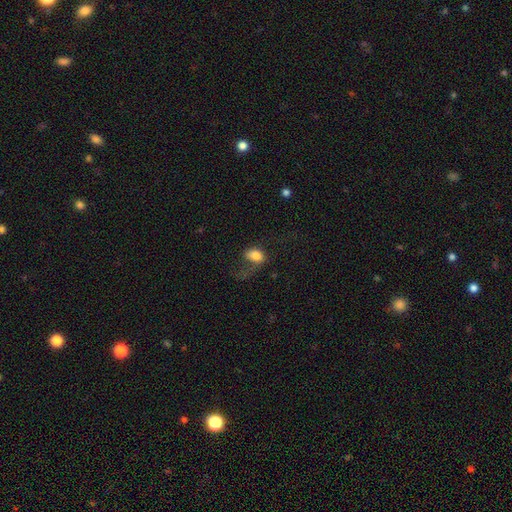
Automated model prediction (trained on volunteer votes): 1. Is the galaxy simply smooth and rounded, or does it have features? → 76% smooth, 15% featured or disk, 9% star or artifact.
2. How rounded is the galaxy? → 84% in between, 13% round, 2% cigar-shaped.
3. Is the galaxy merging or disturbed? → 47% major disturbance, 29% none, 19% minor disturbance, 4% merger.